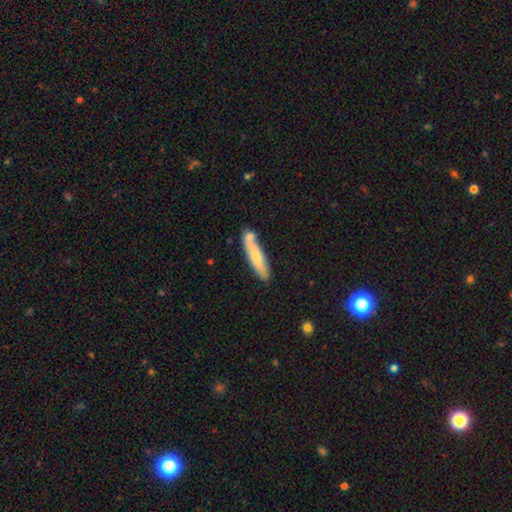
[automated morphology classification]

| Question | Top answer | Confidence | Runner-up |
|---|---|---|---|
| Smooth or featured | smooth | 67% | featured or disk (28%) |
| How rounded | cigar-shaped | 82% | in between (16%) |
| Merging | none | 63% | merger (17%) |